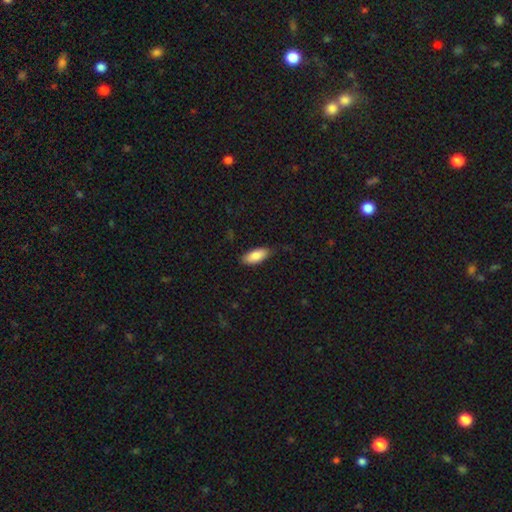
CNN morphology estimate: Q: Smooth or featured?
A: smooth (86%); runner-up: featured or disk (8%)
Q: How rounded?
A: in between (84%); runner-up: cigar-shaped (14%)
Q: Merging?
A: none (80%); runner-up: minor disturbance (16%)